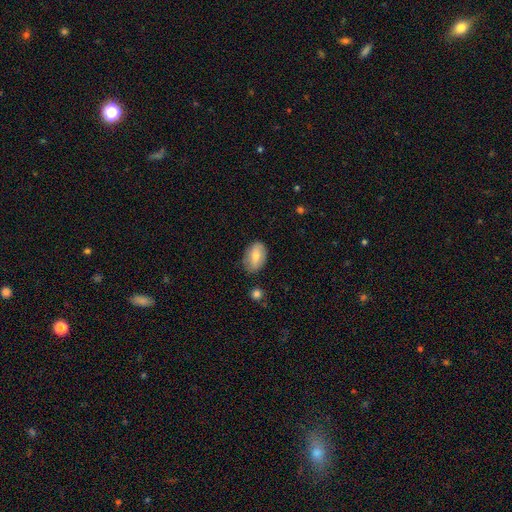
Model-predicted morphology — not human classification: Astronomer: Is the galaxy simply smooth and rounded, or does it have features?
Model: smooth — 70%.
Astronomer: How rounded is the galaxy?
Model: in between — 90%.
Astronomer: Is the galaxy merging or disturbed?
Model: none — 79%.